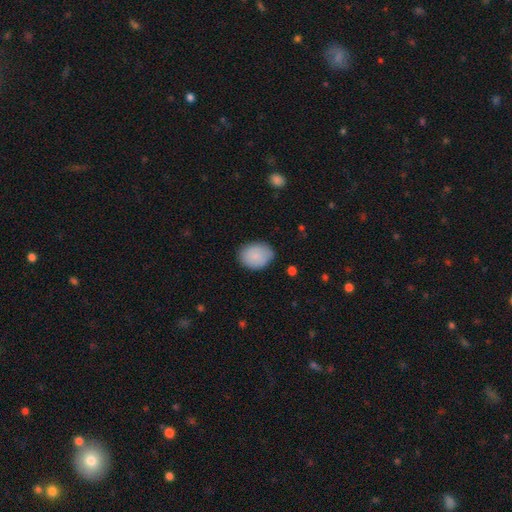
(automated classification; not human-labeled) Smooth or featured: smooth — 87% (star or artifact — 7%)
How rounded: in between — 55% (round — 44%)
Merging: none — 79% (minor disturbance — 16%)